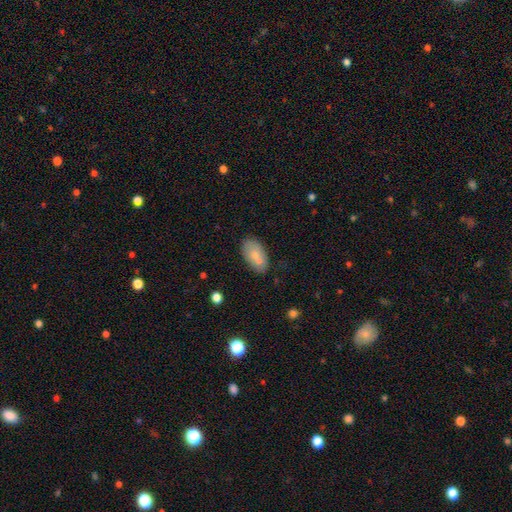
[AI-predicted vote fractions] smooth 69%, featured or disk 23%, star or artifact 7%. Down the decision tree: how rounded — in between (92%); merging — none (54%).